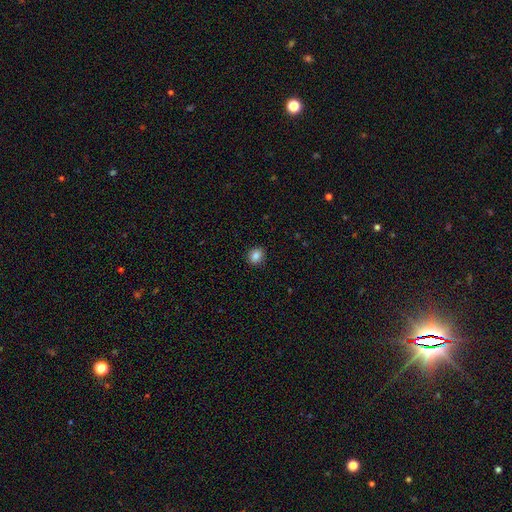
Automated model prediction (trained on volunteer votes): Smooth or featured: smooth — 85% (star or artifact — 10%)
How rounded: round — 72% (in between — 27%)
Merging: none — 91% (minor disturbance — 7%)